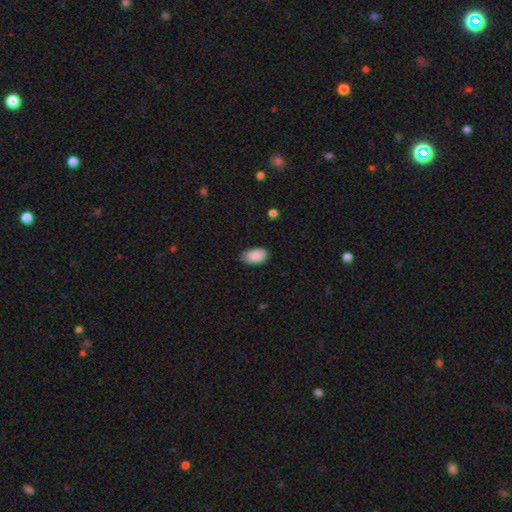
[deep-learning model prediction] Smooth or featured: smooth — 90% (star or artifact — 6%)
How rounded: in between — 94% (round — 5%)
Merging: none — 79% (minor disturbance — 17%)